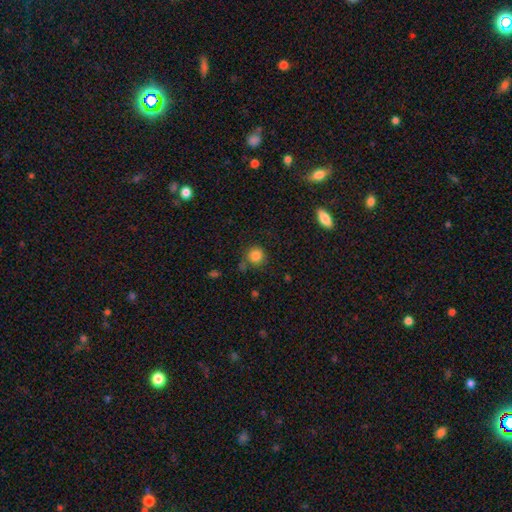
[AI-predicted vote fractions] Smooth or featured? smooth (84%)
How rounded? round (93%)
Merging? none (75%)